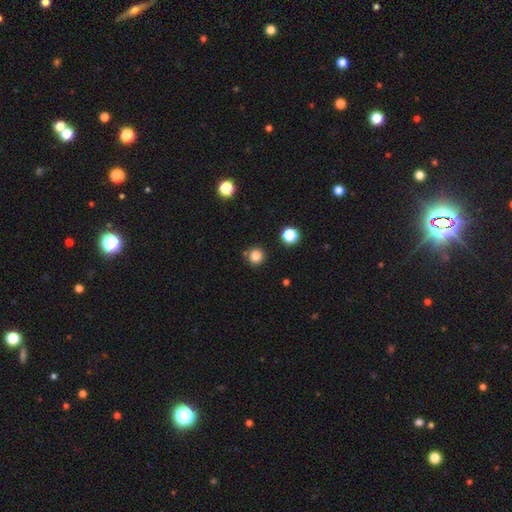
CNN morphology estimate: A smooth galaxy with no disk features (83%) that is round (93%). Merging: none (84%).